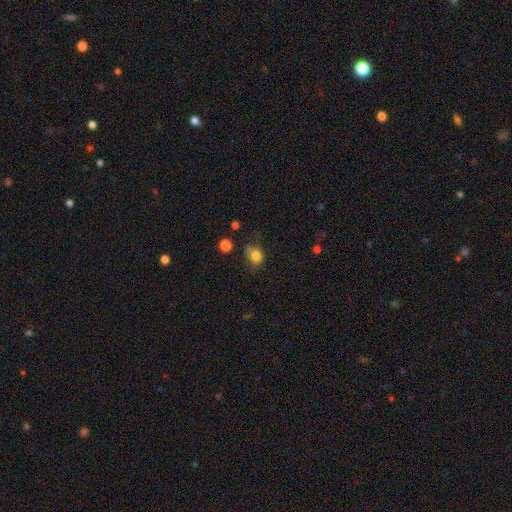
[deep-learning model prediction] A smooth galaxy with no disk features (80%) that is round (62%).

Vote fractions:
- Smooth or featured? smooth: 80% / star or artifact: 12% / featured or disk: 8%
- How rounded? round: 62% / in between: 37% / cigar-shaped: 1%
- Merging? none: 54% / minor disturbance: 24% / merger: 13% / major disturbance: 8%